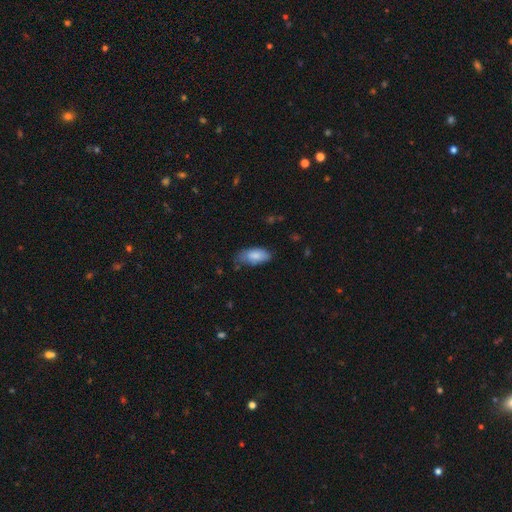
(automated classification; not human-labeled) Smooth or featured: smooth — 84% (featured or disk — 10%)
How rounded: in between — 90% (cigar-shaped — 8%)
Merging: none — 57% (minor disturbance — 34%)